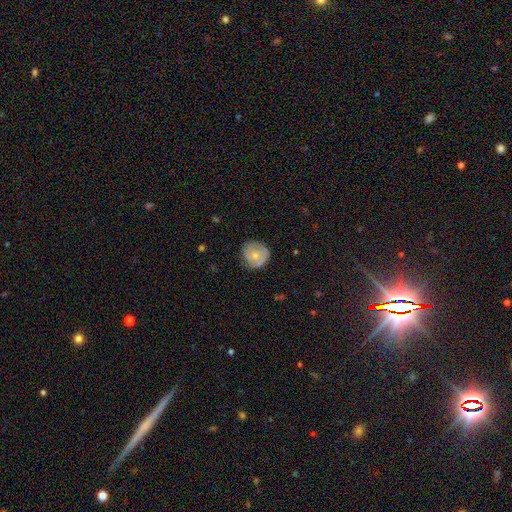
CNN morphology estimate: The model was most divided on "smooth or featured" (2-way tie): featured or disk: 47%, smooth: 47%, star or artifact: 6%. More confident: merging — none (71%).